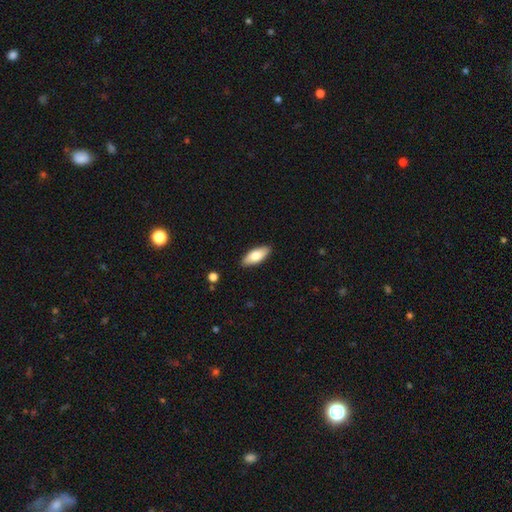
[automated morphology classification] Overall: smooth (75%). How rounded: in between (79%). Merging: none (88%).